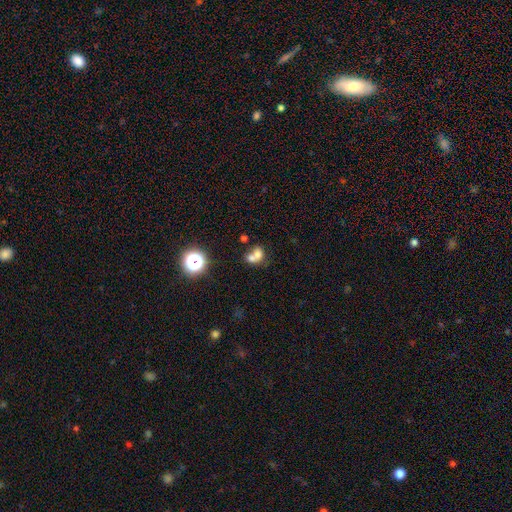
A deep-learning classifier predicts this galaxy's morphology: Smooth or featured? Predicted: smooth (p=0.65). How rounded? Predicted: round (p=0.57). Merging? Predicted: merger (p=0.66).